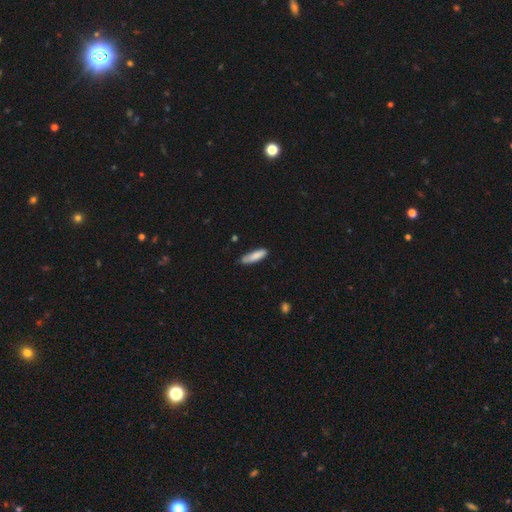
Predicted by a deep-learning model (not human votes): A smooth galaxy with no disk features (84%) that is cigar-shaped (70%).

Vote fractions:
- Smooth or featured? smooth: 84% / featured or disk: 10% / star or artifact: 6%
- How rounded? cigar-shaped: 70% / in between: 29% / round: 1%
- Merging? none: 67% / minor disturbance: 25% / major disturbance: 4% / merger: 3%